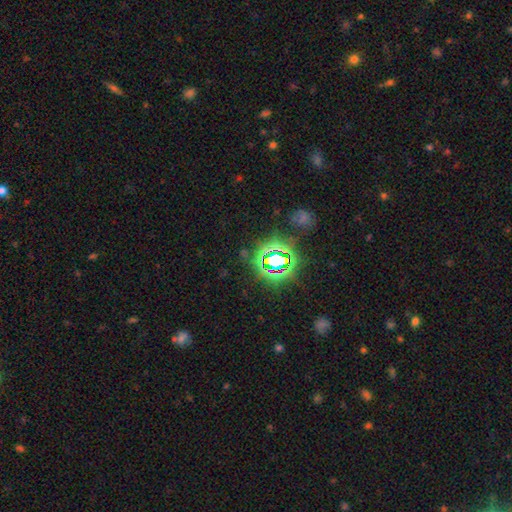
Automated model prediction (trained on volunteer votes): The model was most divided on "smooth or featured": star or artifact: 74%, smooth: 19%, featured or disk: 7%.